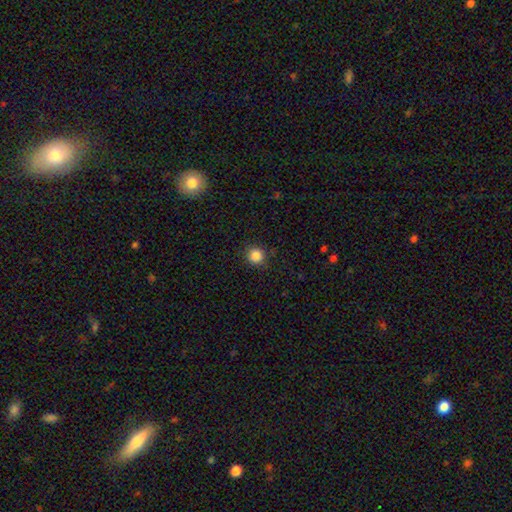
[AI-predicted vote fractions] A smooth galaxy with no disk features (86%) that is round (93%). Merging: none (89%).